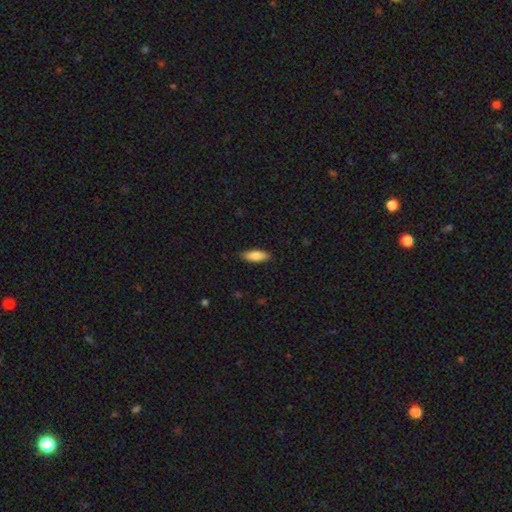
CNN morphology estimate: This appears to be a smooth galaxy with no disk features (85%) that is in between round and cigar-shaped (67%). Merging: none (87%).